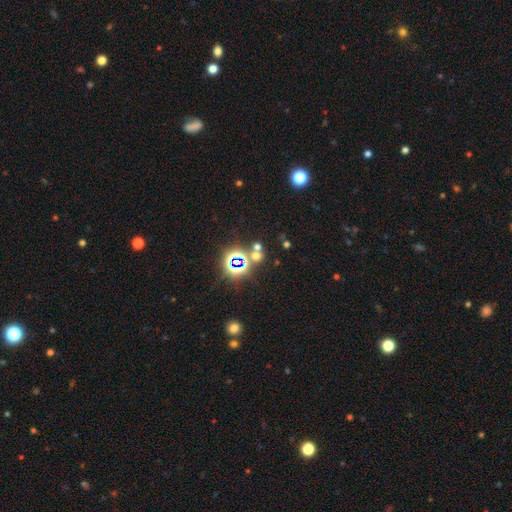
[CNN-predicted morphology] Smooth or featured: star or artifact — 51% (smooth — 40%)